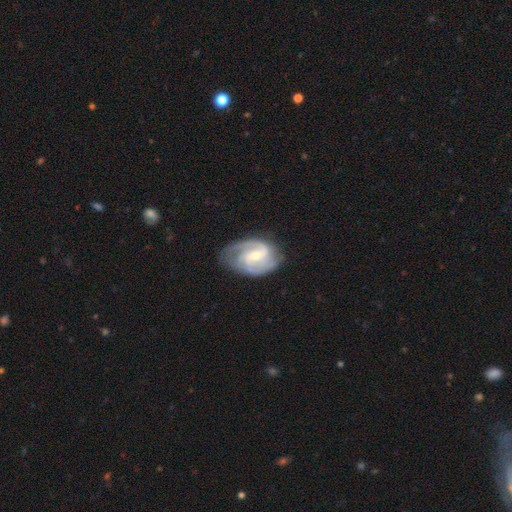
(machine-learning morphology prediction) featured or disk 86%, smooth 9%, star or artifact 5%. Down the decision tree: edge-on disk — no (97%); bar — weak (51%); spiral arms — yes (96%); spiral arm count — 2 (59%); spiral winding — medium (49%); bulge size — small (59%); merging — none (69%).